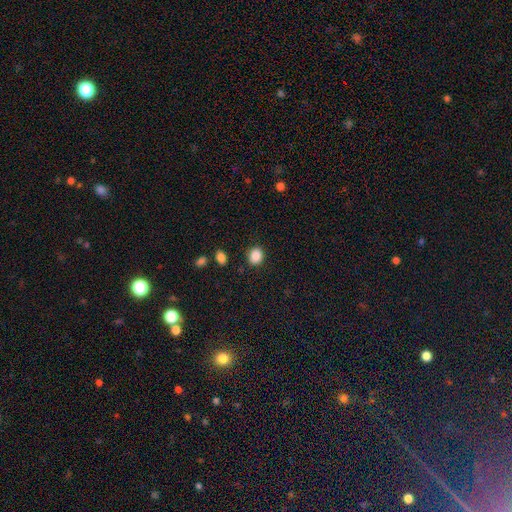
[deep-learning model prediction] A smooth galaxy with no disk features (88%) that is round (65%).

Vote fractions:
- Smooth or featured? smooth: 88% / star or artifact: 9% / featured or disk: 3%
- How rounded? round: 65% / in between: 34% / cigar-shaped: 1%
- Merging? none: 85% / minor disturbance: 10% / major disturbance: 3% / merger: 2%